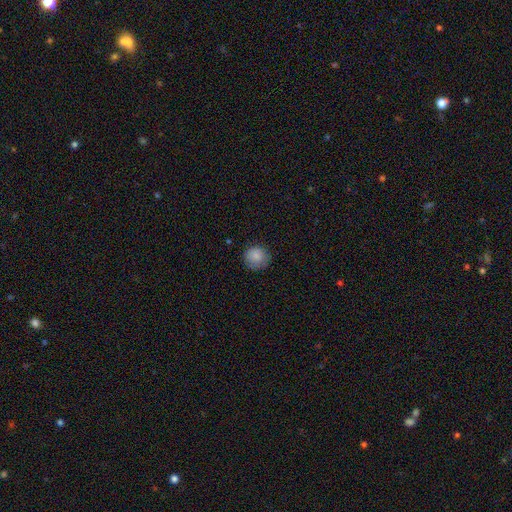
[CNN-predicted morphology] The model was most divided on "merging": none: 81%, minor disturbance: 14%, major disturbance: 4%, merger: 1%. More confident: how rounded — round (91%); smooth or featured — smooth (87%).